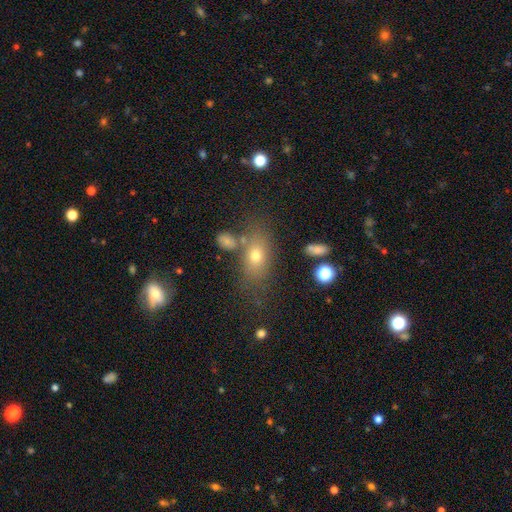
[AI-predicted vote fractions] Smooth or featured? smooth (68%)
How rounded? in between (77%)
Merging? none (64%)